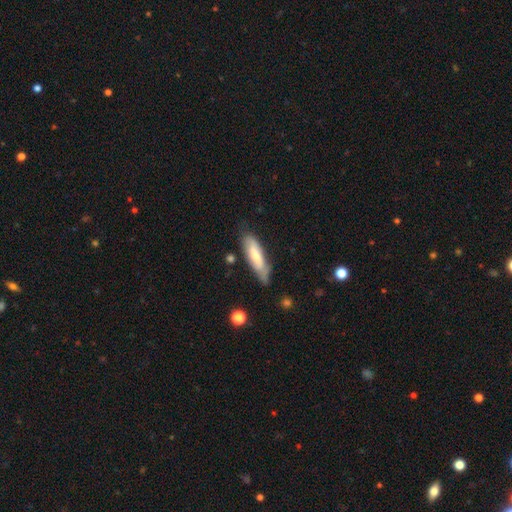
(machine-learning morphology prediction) Q: Smooth or featured?
A: smooth (61%); runner-up: featured or disk (34%)
Q: How rounded?
A: cigar-shaped (55%); runner-up: in between (44%)
Q: Merging?
A: none (61%); runner-up: minor disturbance (29%)